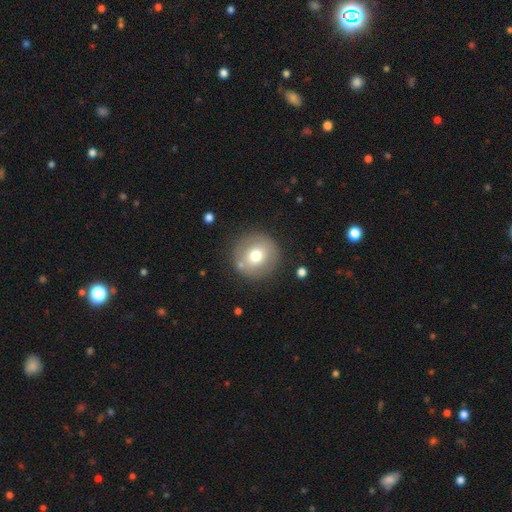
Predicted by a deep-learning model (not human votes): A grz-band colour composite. It shows a smooth galaxy with no disk features (67%) that is round (95%). Merging: none (85%).